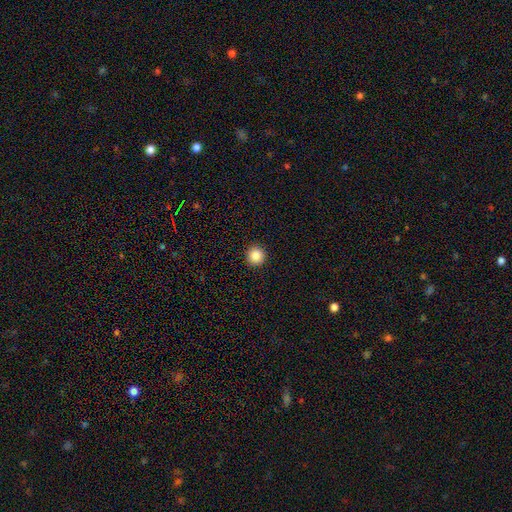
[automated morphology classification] Smooth or featured?
  - smooth: 87% *
  - star or artifact: 10%
  - featured or disk: 3%
How rounded?
  - round: 95% *
  - in between: 4%
  - cigar-shaped: 1%
Merging?
  - none: 93% *
  - minor disturbance: 5%
  - major disturbance: 2%
  - merger: 1%